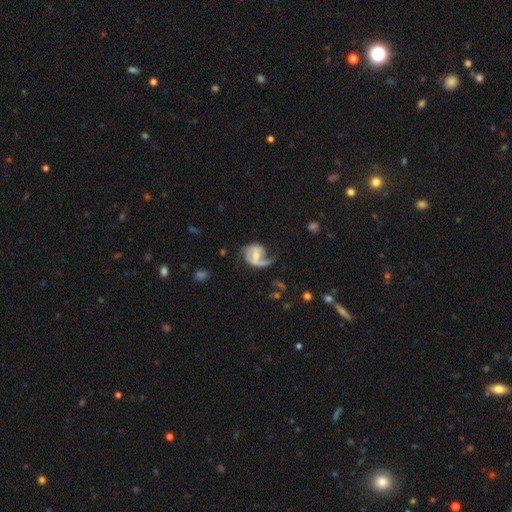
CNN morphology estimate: A featured or disk galaxy (74%) with a weak bar (46%), 2 (52%) medium (40%) spiral arms (85%) and a moderate central bulge (45%).

Vote fractions:
- Smooth or featured? featured or disk: 74% / smooth: 20% / star or artifact: 6%
- Edge-on disk? no: 97% / yes: 3%
- Bar? weak: 46% / strong: 32% / no: 22%
- Spiral arms? yes: 85% / no: 15%
- Spiral winding? medium: 40% / loose: 39% / tight: 21%
- Spiral arm count? 2: 52% / 1: 38% / can't tell: 7% / 3: 1% / 4: 1% / more than 4: 1%
- Bulge size? moderate: 45% / small: 43% / none: 7% / large: 4% / dominant: 1%
- Merging? none: 41% / major disturbance: 32% / minor disturbance: 24% / merger: 3%